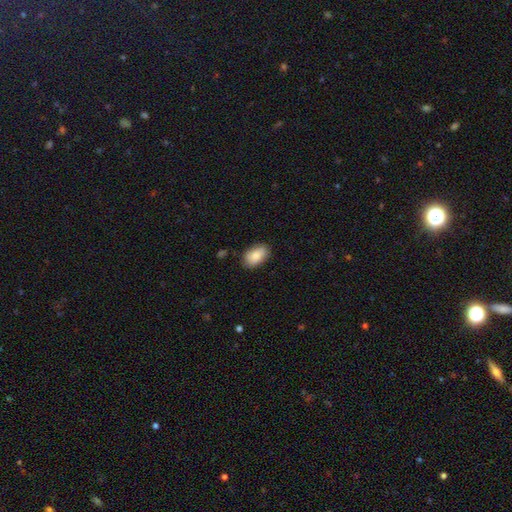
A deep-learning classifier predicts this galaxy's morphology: type=smooth (83%); roundness=in between (91%); merging=none (82%).